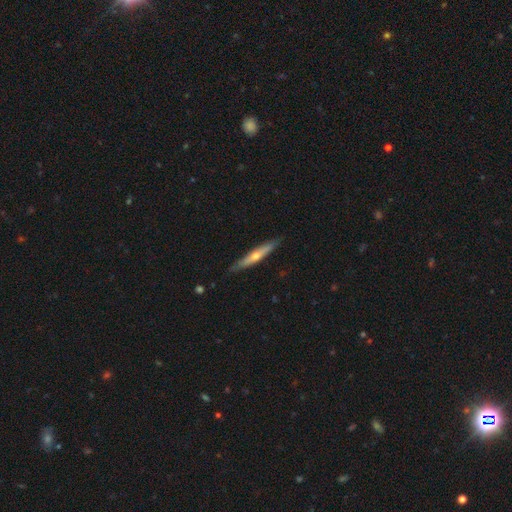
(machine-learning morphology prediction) type=featured or disk (51%); edge-on=yes (91%); merging=none (86%).